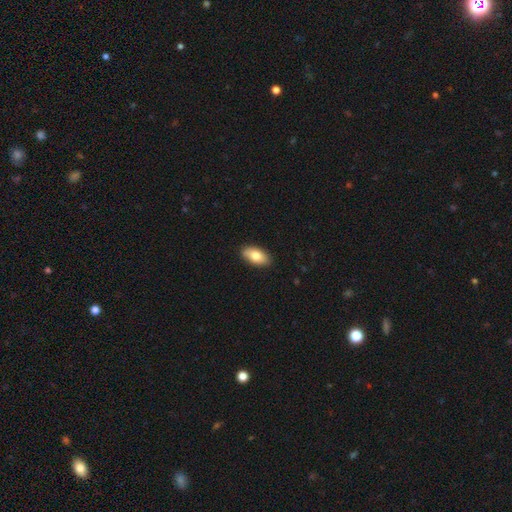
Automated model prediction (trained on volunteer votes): Smooth or featured? Predicted: smooth (p=0.79). How rounded? Predicted: in between (p=0.92). Merging? Predicted: none (p=0.89).